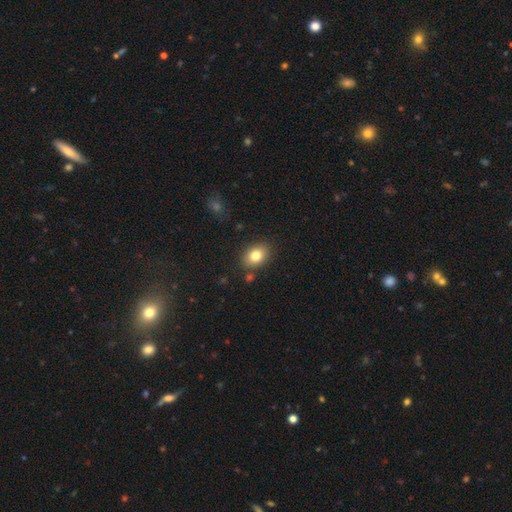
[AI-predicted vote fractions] Smooth or featured: smooth — 81% (featured or disk — 10%)
How rounded: in between — 73% (round — 26%)
Merging: none — 82% (minor disturbance — 11%)